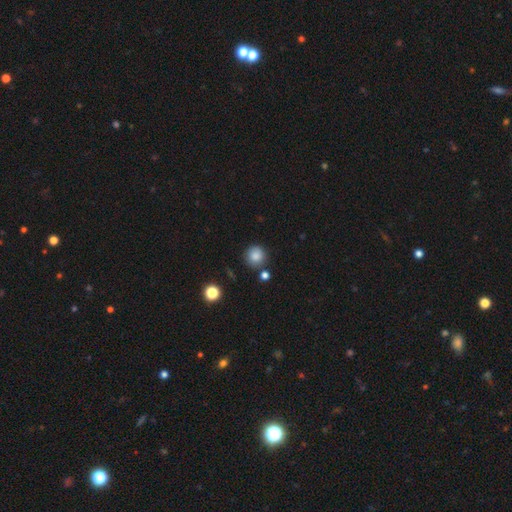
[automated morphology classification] smooth-or-featured: smooth: 85% | star or artifact: 10% | featured or disk: 5%
  how-rounded: round: 93% | in between: 6% | cigar-shaped: 1%
  merging: none: 84% | minor disturbance: 9% | merger: 5% | major disturbance: 3%